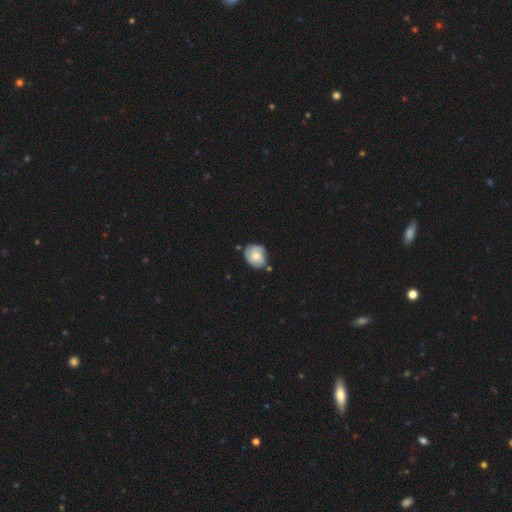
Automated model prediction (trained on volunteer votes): A featured or disk galaxy (55%) with no bar (71%), spiral arms (87%) and a moderate central bulge (60%).

Vote fractions:
- Smooth or featured? featured or disk: 55% / smooth: 39% / star or artifact: 6%
- Edge-on disk? no: 97% / yes: 3%
- Bar? no: 71% / weak: 26% / strong: 3%
- Spiral arms? yes: 87% / no: 13%
- Bulge size? moderate: 60% / small: 32% / large: 5% / none: 3% / dominant: 1%
- Merging? none: 66% / minor disturbance: 24% / major disturbance: 5% / merger: 4%